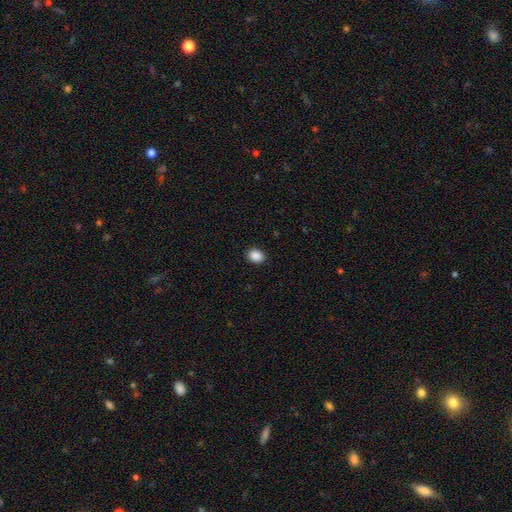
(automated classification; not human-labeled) Smooth or featured? Predicted: smooth (p=0.89). How rounded? Predicted: in between (p=0.54). Merging? Predicted: none (p=0.91).